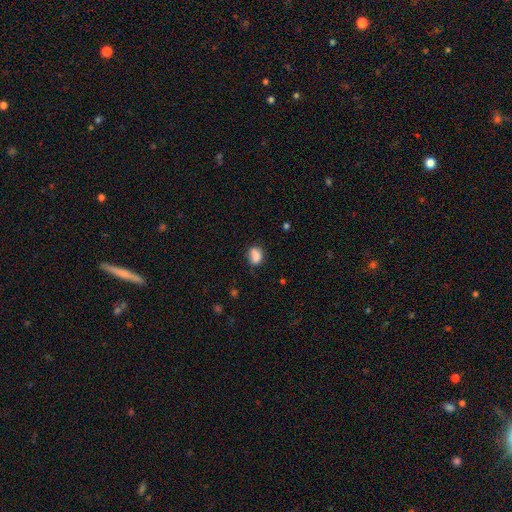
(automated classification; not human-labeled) The model was most divided on "merging": none: 64%, minor disturbance: 26%, major disturbance: 6%, merger: 4%. More confident: smooth or featured — smooth (84%); how rounded — in between (69%).